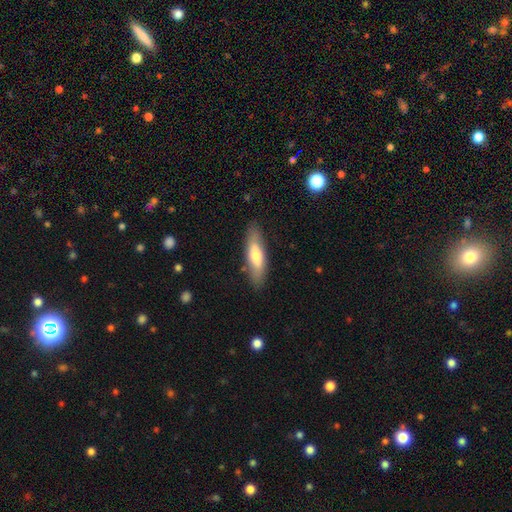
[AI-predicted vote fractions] smooth-or-featured: smooth: 65% | featured or disk: 29% | star or artifact: 6%
  how-rounded: cigar-shaped: 53% | in between: 45% | round: 2%
  merging: none: 83% | minor disturbance: 12% | major disturbance: 3% | merger: 2%